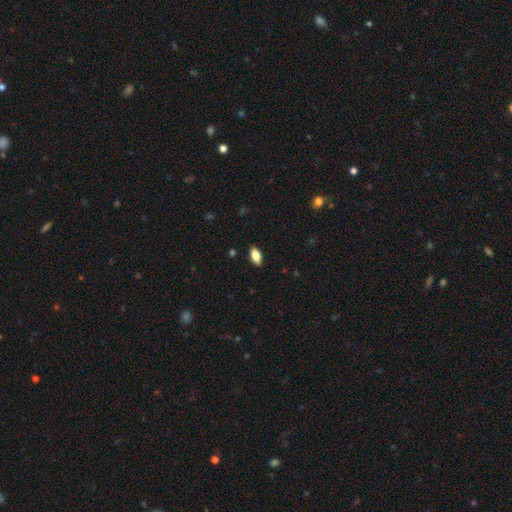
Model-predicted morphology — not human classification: Smooth or featured? Predicted: smooth (p=0.78). How rounded? Predicted: in between (p=0.90). Merging? Predicted: none (p=0.89).